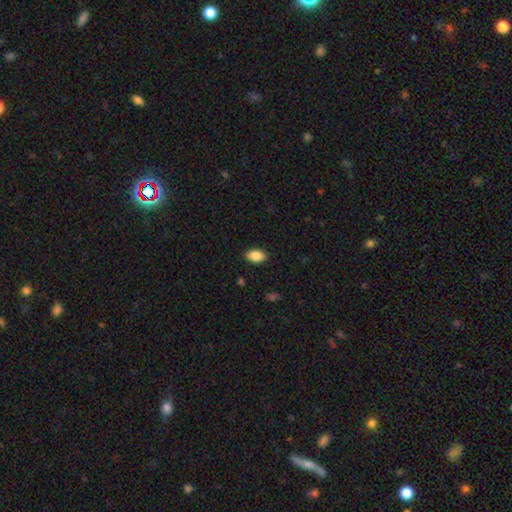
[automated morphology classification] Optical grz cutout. It shows a smooth galaxy with no disk features (88%) that is in between round and cigar-shaped (91%). Merging: none (88%).